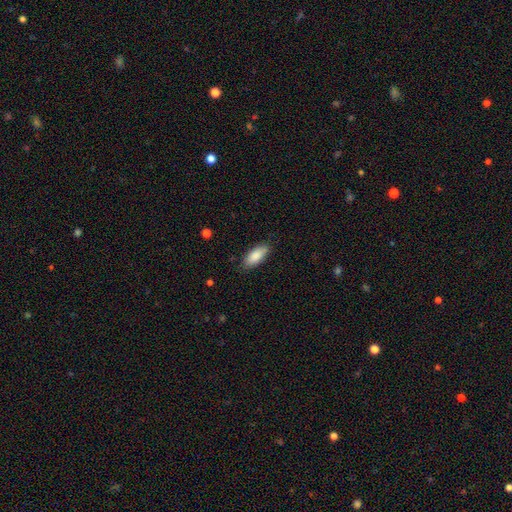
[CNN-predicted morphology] Q: Smooth or featured?
A: smooth (87%); runner-up: featured or disk (7%)
Q: How rounded?
A: in between (82%); runner-up: cigar-shaped (17%)
Q: Merging?
A: none (83%); runner-up: minor disturbance (13%)